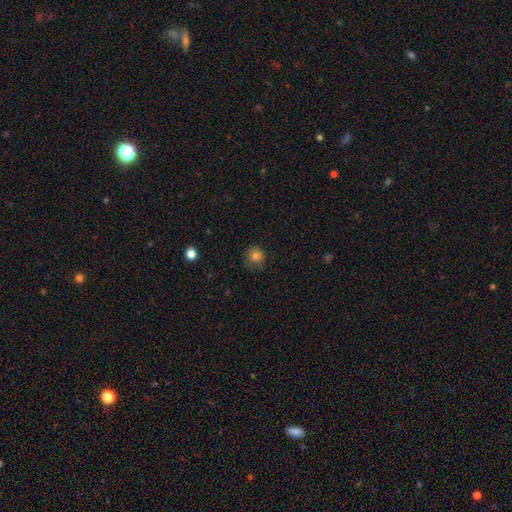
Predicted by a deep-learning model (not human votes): Q: Smooth or featured?
A: smooth (82%); runner-up: star or artifact (12%)
Q: How rounded?
A: round (88%); runner-up: in between (11%)
Q: Merging?
A: none (76%); runner-up: minor disturbance (18%)